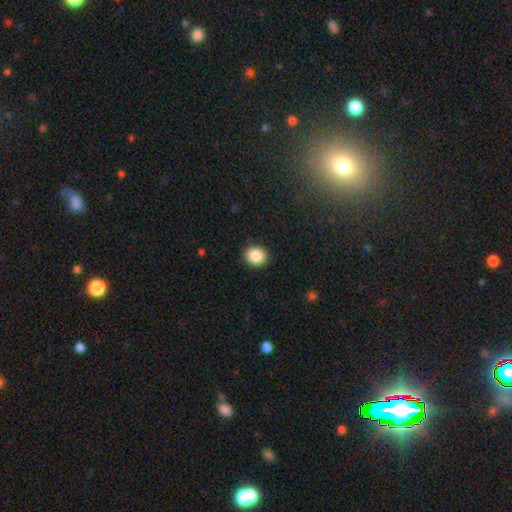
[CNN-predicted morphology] Q: Smooth or featured?
A: smooth (87%); runner-up: star or artifact (9%)
Q: How rounded?
A: round (87%); runner-up: in between (12%)
Q: Merging?
A: none (92%); runner-up: minor disturbance (6%)